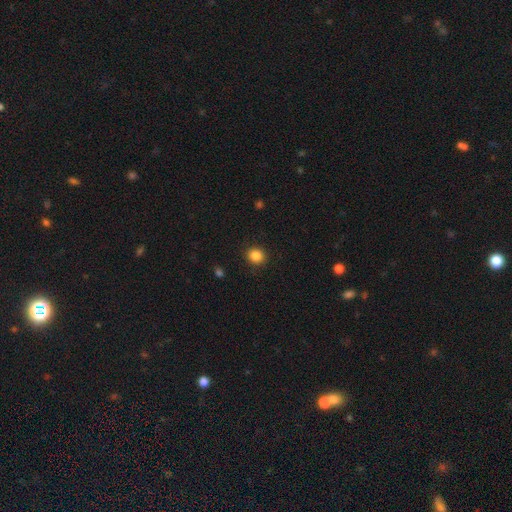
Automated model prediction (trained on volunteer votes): This is clearly a smooth galaxy (85%). How rounded: clearly round (84%). Merging: clearly none (91%).